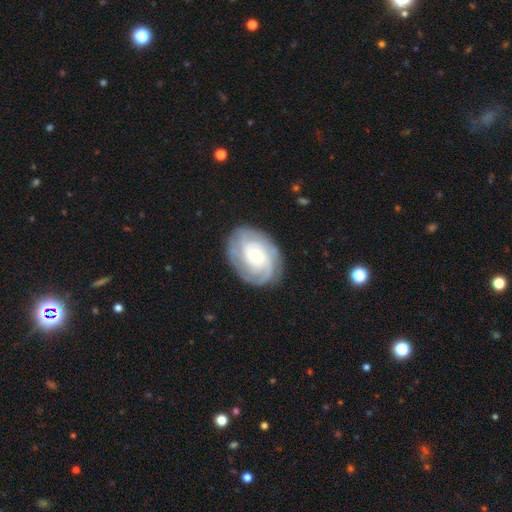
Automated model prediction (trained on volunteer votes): Smooth or featured? Predicted: featured or disk (p=0.81). Edge-on disk? Predicted: no (p=0.97). Bar? Predicted: no (p=0.73). Spiral arms? Predicted: yes (p=0.95). Spiral winding? Predicted: tight (p=0.68). Spiral arm count? Predicted: can't tell (p=0.30). Bulge size? Predicted: small (p=0.55). Merging? Predicted: none (p=0.78).